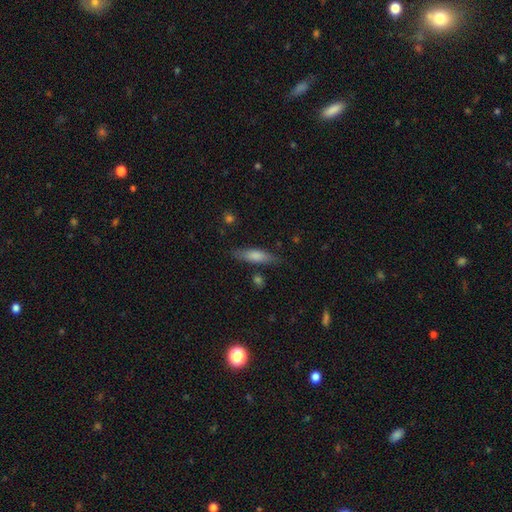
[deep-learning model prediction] Smooth or featured?
  - smooth: 74% *
  - featured or disk: 19%
  - star or artifact: 6%
How rounded?
  - cigar-shaped: 63% *
  - in between: 35%
  - round: 2%
Merging?
  - none: 78% *
  - minor disturbance: 15%
  - major disturbance: 4%
  - merger: 3%